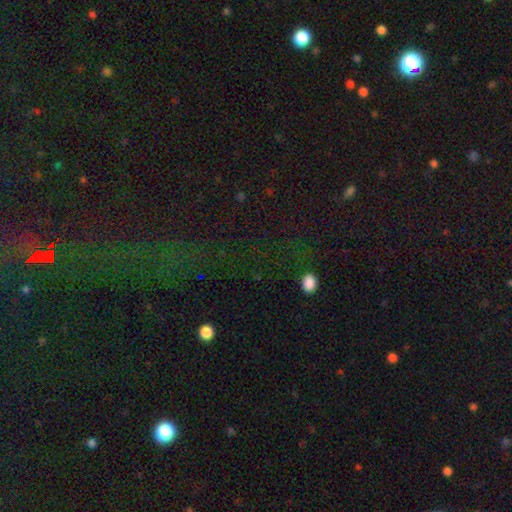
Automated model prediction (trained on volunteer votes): Smooth or featured: star or artifact — 69% (smooth — 19%)